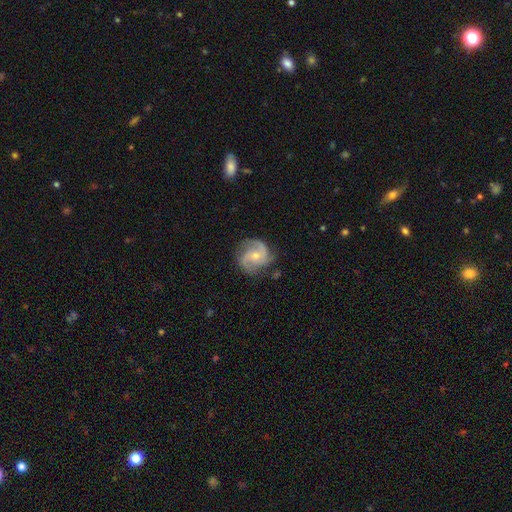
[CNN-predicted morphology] This is clearly a featured or disk galaxy (87%). It is clearly not viewed edge-on (98%). Bar: likely no (66%). Spiral arm pattern: clearly yes (98%). Spiral arm count: possibly 3 (52%). Spiral winding: possibly medium (56%). Central bulge: possibly small (54%). Merging: likely none (75%).